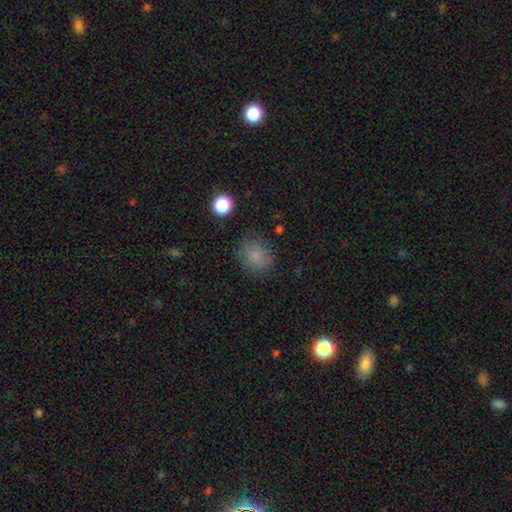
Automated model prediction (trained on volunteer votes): Smooth or featured? Predicted: smooth (p=0.82). How rounded? Predicted: round (p=0.72). Merging? Predicted: none (p=0.82).